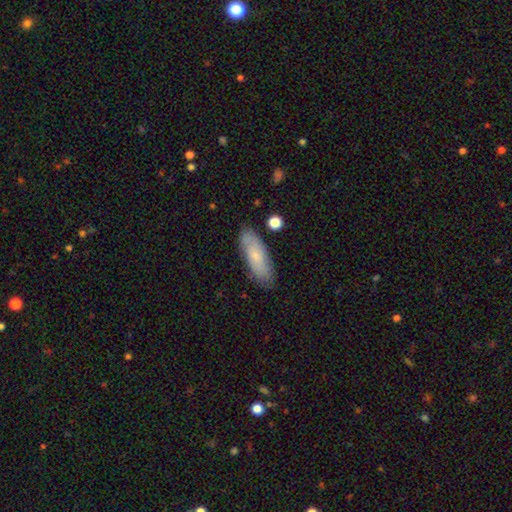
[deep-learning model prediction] Smooth or featured? smooth (70%)
How rounded? in between (66%)
Merging? none (81%)